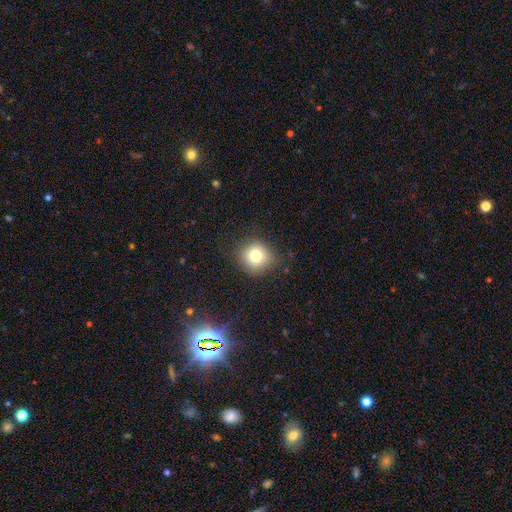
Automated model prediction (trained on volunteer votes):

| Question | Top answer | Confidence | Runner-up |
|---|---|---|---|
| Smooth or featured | smooth | 77% | star or artifact (13%) |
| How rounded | round | 89% | in between (10%) |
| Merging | none | 84% | minor disturbance (11%) |